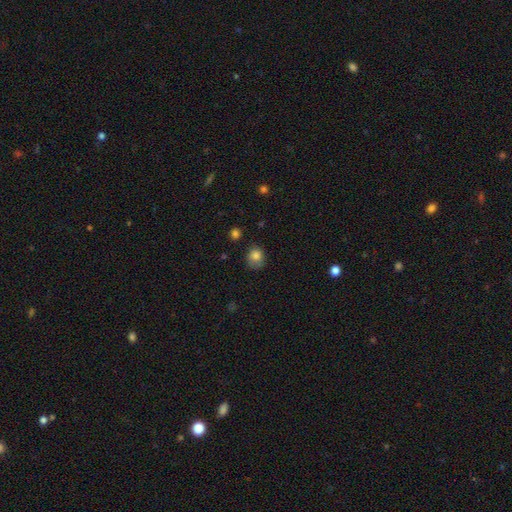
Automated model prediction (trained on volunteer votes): Smooth or featured: smooth — 81% (star or artifact — 10%)
How rounded: round — 71% (in between — 28%)
Merging: none — 62% (minor disturbance — 27%)